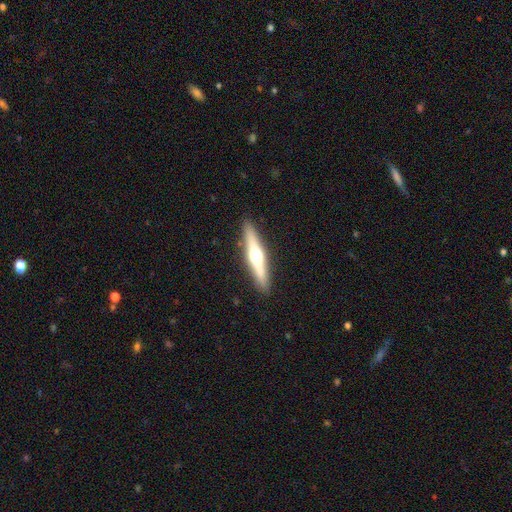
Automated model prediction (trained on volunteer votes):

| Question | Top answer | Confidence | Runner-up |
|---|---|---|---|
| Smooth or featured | featured or disk | 61% | smooth (34%) |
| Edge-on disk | yes | 95% | no (5%) |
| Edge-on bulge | rounded | 93% | none (4%) |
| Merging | none | 90% | minor disturbance (7%) |